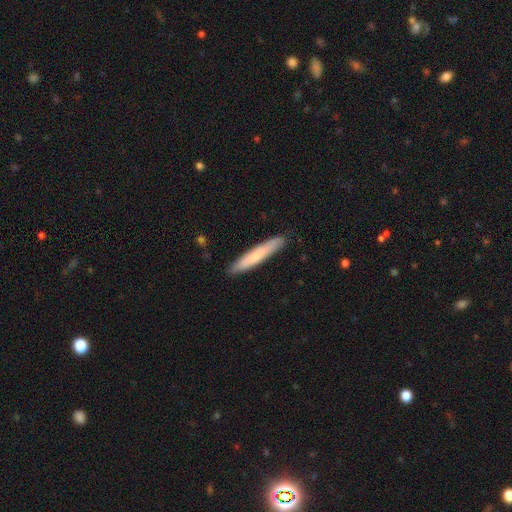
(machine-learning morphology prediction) The model was most divided on "smooth or featured": smooth: 70%, featured or disk: 25%, star or artifact: 5%. More confident: how rounded — cigar-shaped (93%); merging — none (89%).